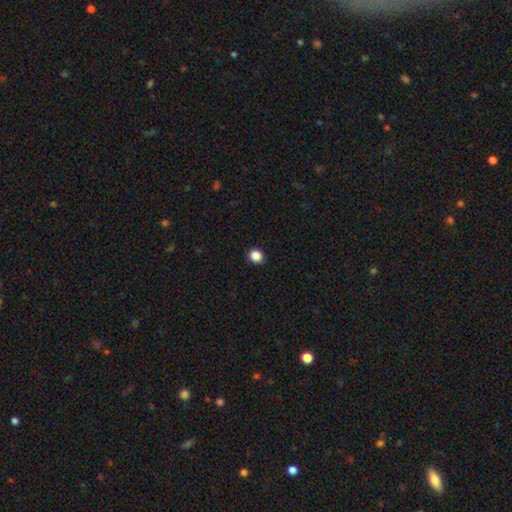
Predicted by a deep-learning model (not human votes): Overall: smooth (88%). How rounded: round (74%). Merging: none (91%).